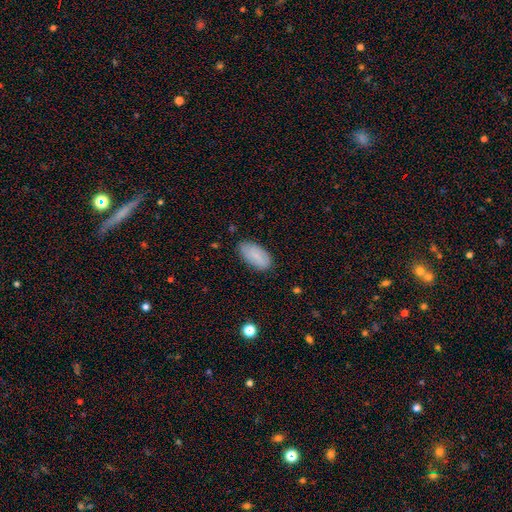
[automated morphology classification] type=smooth (83%); roundness=in between (93%); merging=none (81%).